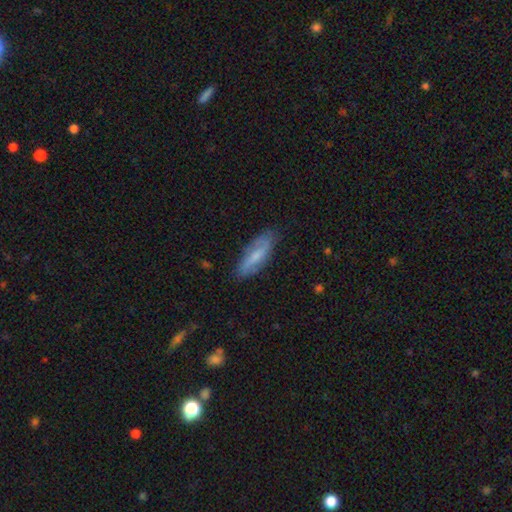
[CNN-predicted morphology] Q: Smooth or featured?
A: smooth (52%); runner-up: featured or disk (41%)
Q: How rounded?
A: in between (54%); runner-up: cigar-shaped (44%)
Q: Merging?
A: none (79%); runner-up: minor disturbance (16%)